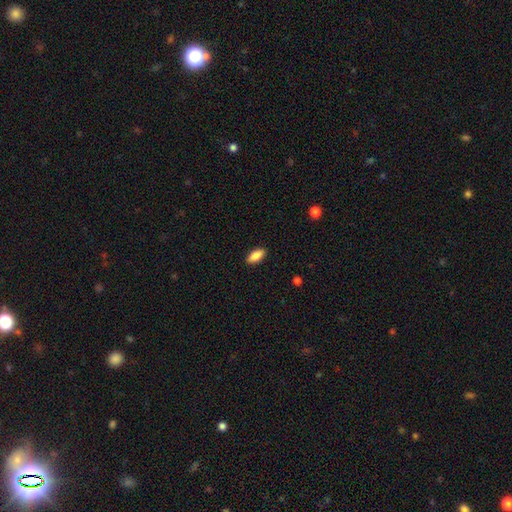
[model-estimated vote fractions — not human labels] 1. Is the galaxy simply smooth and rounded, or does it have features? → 88% smooth, 6% star or artifact, 6% featured or disk.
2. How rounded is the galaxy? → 89% in between, 9% cigar-shaped, 2% round.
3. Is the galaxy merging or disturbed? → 90% none, 8% minor disturbance, 2% major disturbance, 1% merger.